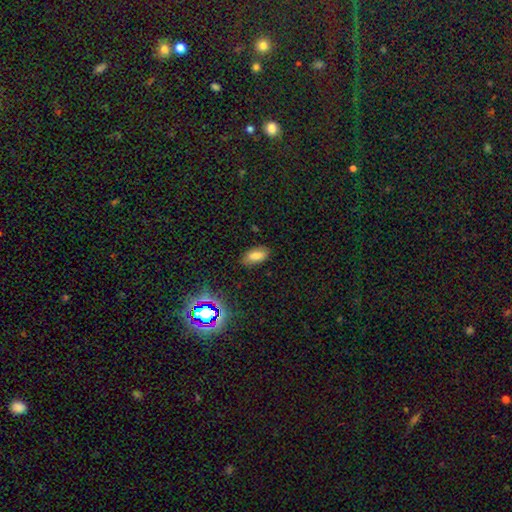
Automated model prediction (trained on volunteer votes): Smooth or featured: smooth — 76% (star or artifact — 14%)
How rounded: in between — 89% (cigar-shaped — 8%)
Merging: none — 81% (minor disturbance — 15%)